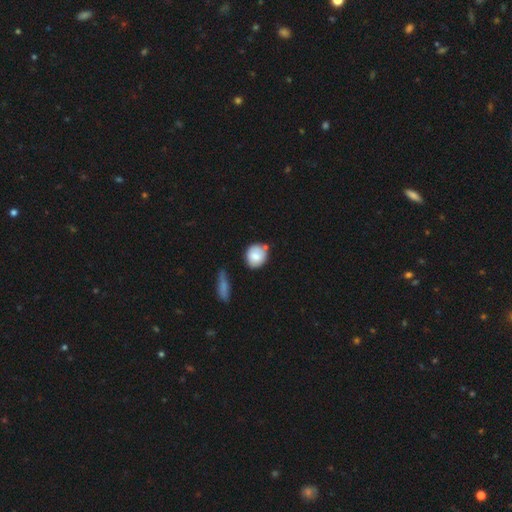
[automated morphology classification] Smooth or featured?
  - smooth: 80% *
  - featured or disk: 12%
  - star or artifact: 7%
How rounded?
  - round: 73% *
  - in between: 26%
  - cigar-shaped: 2%
Merging?
  - none: 66% *
  - minor disturbance: 21%
  - merger: 9%
  - major disturbance: 4%